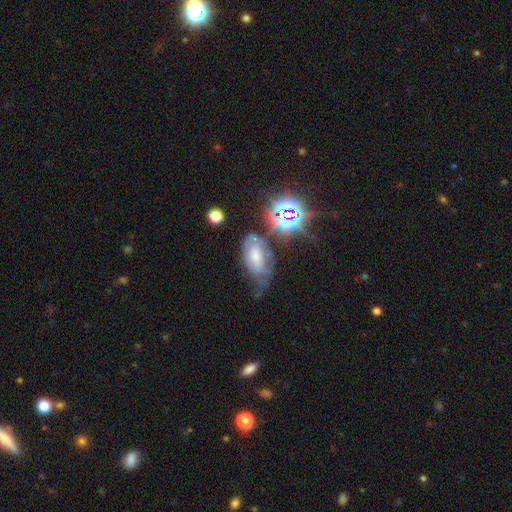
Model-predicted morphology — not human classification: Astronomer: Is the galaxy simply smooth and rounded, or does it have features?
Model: smooth — 39% (runner-up: featured or disk, 36%).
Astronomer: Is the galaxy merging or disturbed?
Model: none — 34% (runner-up: minor disturbance, 33%).